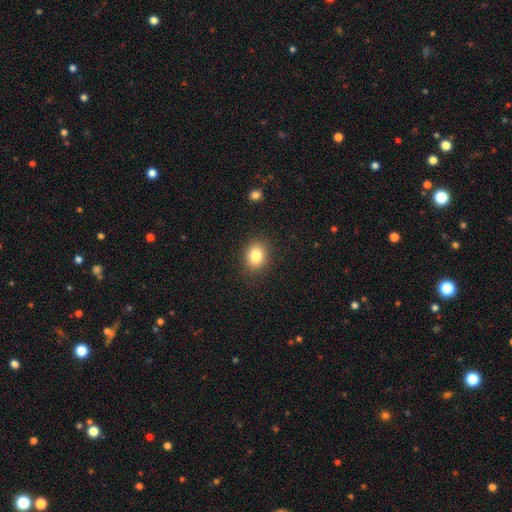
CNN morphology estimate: smooth 83%, star or artifact 10%, featured or disk 7%. Down the decision tree: how rounded — round (52%); merging — none (88%).